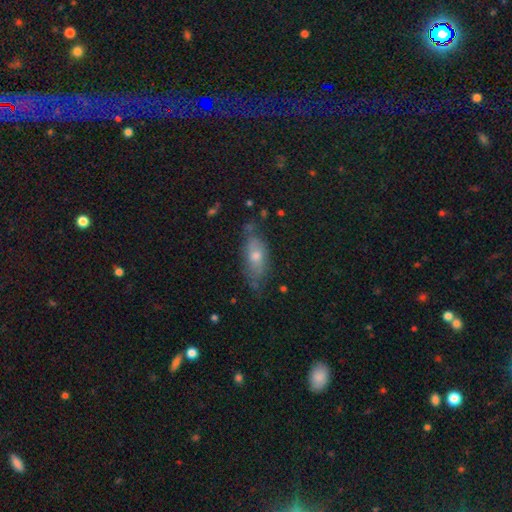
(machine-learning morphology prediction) The model was most divided on "smooth or featured": smooth: 55%, featured or disk: 36%, star or artifact: 10%. More confident: how rounded — in between (78%); merging — none (60%).